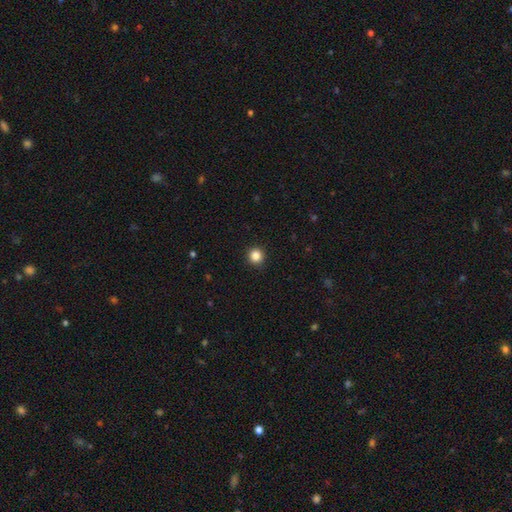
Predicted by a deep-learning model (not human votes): Smooth or featured: smooth — 85% (star or artifact — 11%)
How rounded: round — 95% (in between — 4%)
Merging: none — 93% (minor disturbance — 5%)